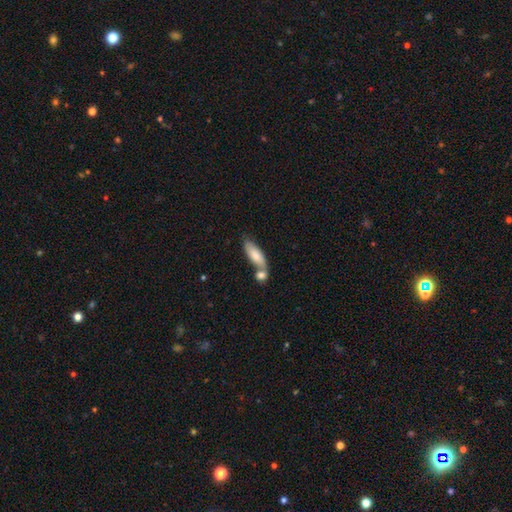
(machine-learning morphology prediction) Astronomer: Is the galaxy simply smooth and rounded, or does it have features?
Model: smooth — 77%.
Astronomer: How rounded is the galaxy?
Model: in between — 62%.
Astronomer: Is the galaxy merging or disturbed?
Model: merger — 44% (runner-up: none, 39%).